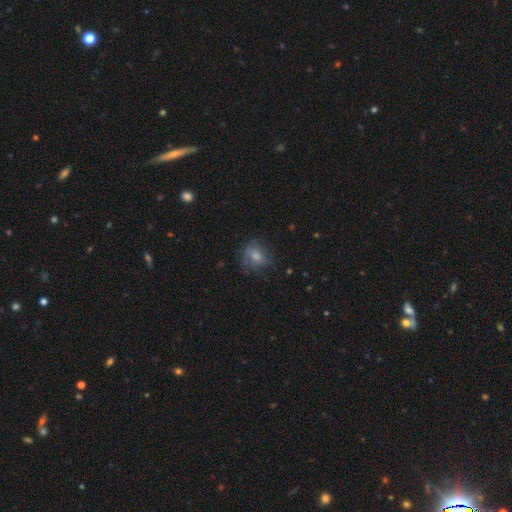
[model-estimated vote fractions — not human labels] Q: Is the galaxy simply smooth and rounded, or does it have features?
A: smooth — 62%.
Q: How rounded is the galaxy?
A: round — 61%.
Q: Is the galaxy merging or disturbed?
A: none — 55%.